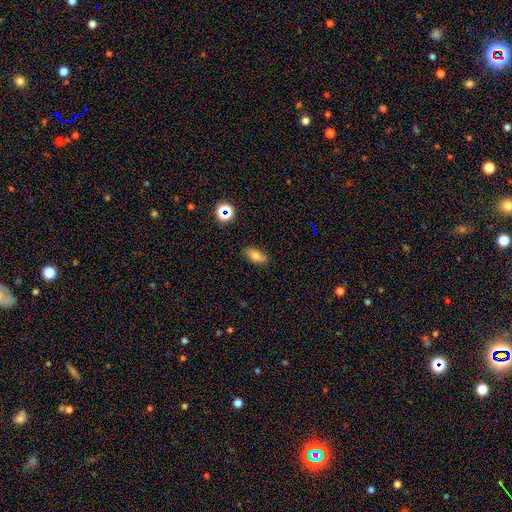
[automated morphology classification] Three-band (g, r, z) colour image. It shows a smooth galaxy with no disk features (72%) that is in between round and cigar-shaped (87%). Merging: none (82%).